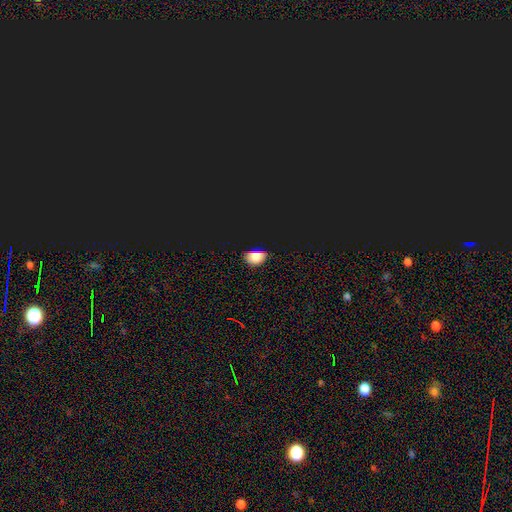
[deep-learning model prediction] Smooth or featured? Predicted: smooth (p=0.68). How rounded? Predicted: in between (p=0.77). Merging? Predicted: none (p=0.71).